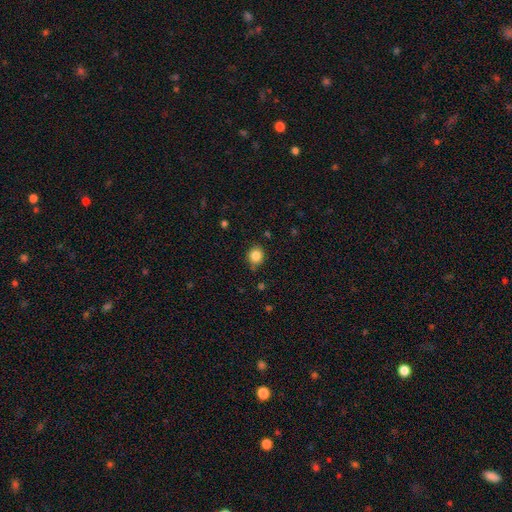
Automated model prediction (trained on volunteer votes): Smooth or featured? Predicted: smooth (p=0.85). How rounded? Predicted: round (p=0.79). Merging? Predicted: none (p=0.81).